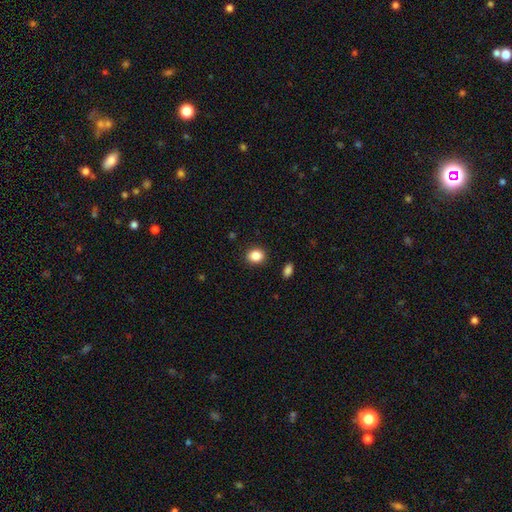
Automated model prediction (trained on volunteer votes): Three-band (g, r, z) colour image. It shows a smooth galaxy with no disk features (87%) that is round (53%). Merging: none (88%).